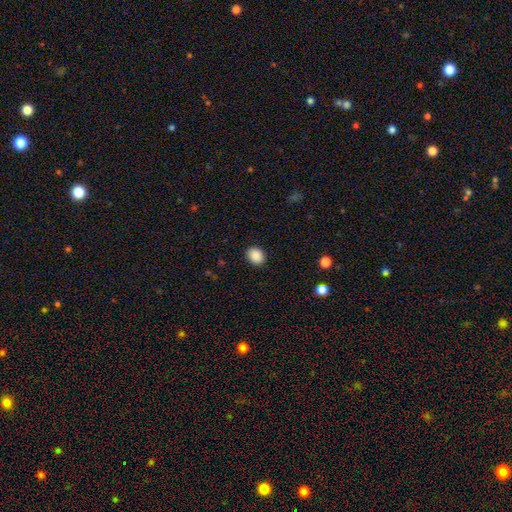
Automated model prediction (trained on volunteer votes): Overall: smooth (89%). How rounded: in between (56%; round 43%). Merging: none (89%).